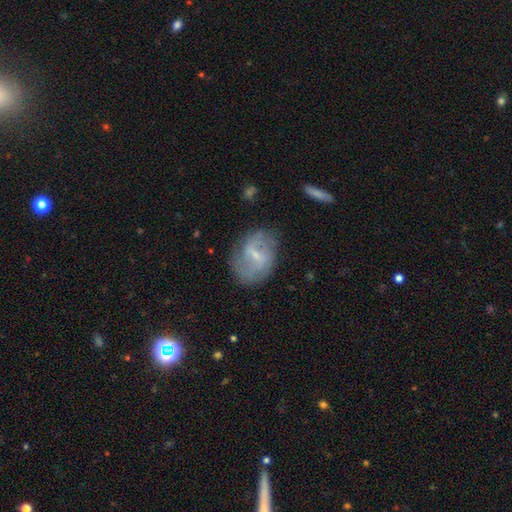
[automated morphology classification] Overall: featured or disk (66%). Edge-on disk: no (96%). Bar: weak (55%; strong 29%). Spiral arms: yes (74%). Bulge size: small (60%; moderate 22%). Merging: none (67%).